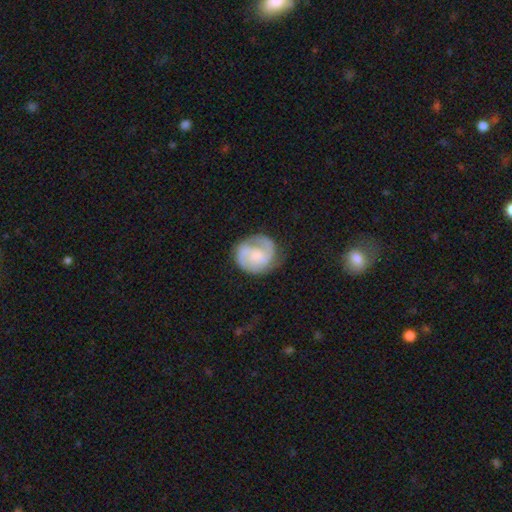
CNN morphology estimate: Q: Smooth or featured?
A: featured or disk (78%); runner-up: smooth (16%)
Q: Edge-on disk?
A: no (98%); runner-up: yes (2%)
Q: Bar?
A: no (52%); runner-up: weak (40%)
Q: Spiral arms?
A: yes (96%); runner-up: no (4%)
Q: Spiral winding?
A: medium (47%); runner-up: tight (40%)
Q: Spiral arm count?
A: 2 (80%); runner-up: can't tell (7%)
Q: Bulge size?
A: small (34%); runner-up: moderate (28%)
Q: Merging?
A: none (75%); runner-up: minor disturbance (17%)